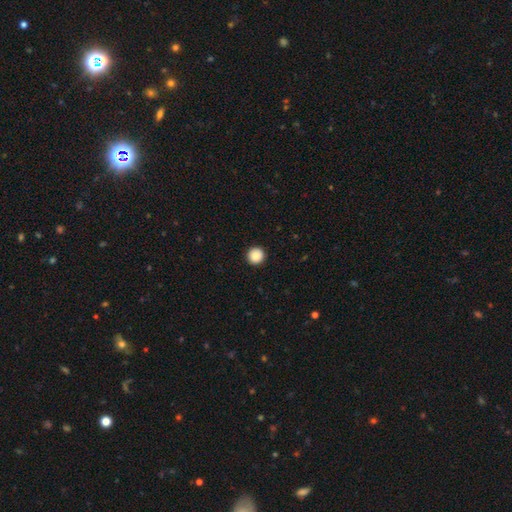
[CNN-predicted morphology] Smooth or featured? Predicted: smooth (p=0.88). How rounded? Predicted: round (p=0.96). Merging? Predicted: none (p=0.93).